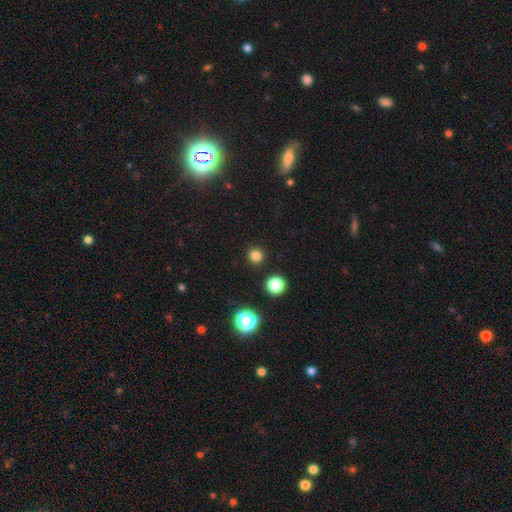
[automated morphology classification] smooth-or-featured: smooth: 80% | star or artifact: 17% | featured or disk: 4%
  how-rounded: round: 95% | in between: 4% | cigar-shaped: 1%
  merging: none: 92% | minor disturbance: 4% | major disturbance: 2% | merger: 2%